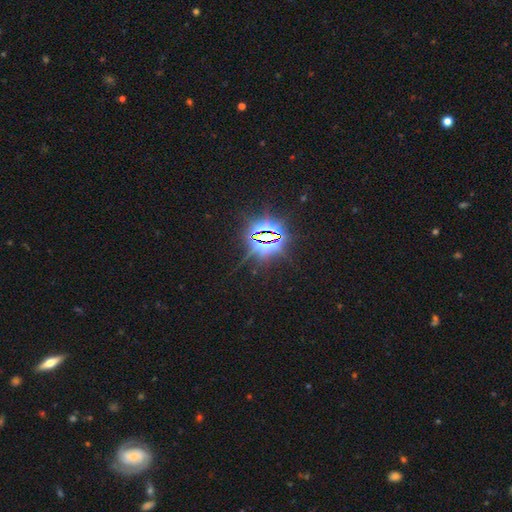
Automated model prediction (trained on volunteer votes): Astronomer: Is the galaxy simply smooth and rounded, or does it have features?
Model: star or artifact — 85%.